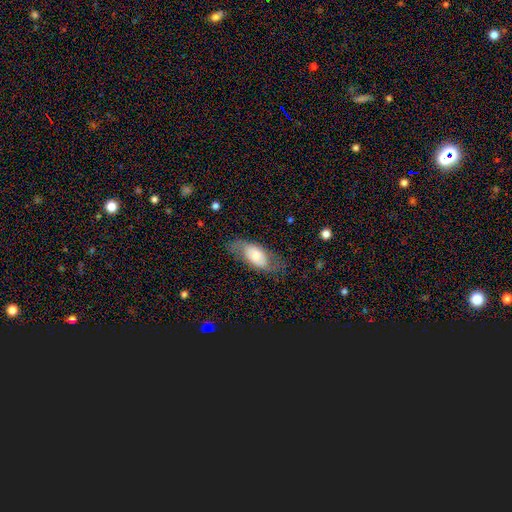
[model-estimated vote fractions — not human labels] Overall: smooth (55%; featured or disk 38%). How rounded: in between (87%). Merging: none (63%).